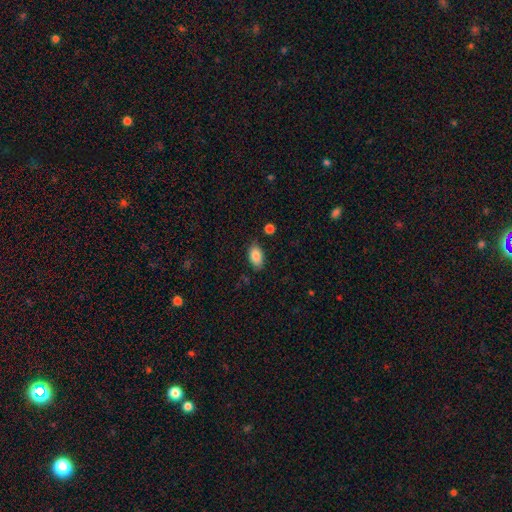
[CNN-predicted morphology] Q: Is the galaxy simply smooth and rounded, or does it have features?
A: smooth — 86%.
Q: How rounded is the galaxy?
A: in between — 92%.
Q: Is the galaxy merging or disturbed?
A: none — 81%.